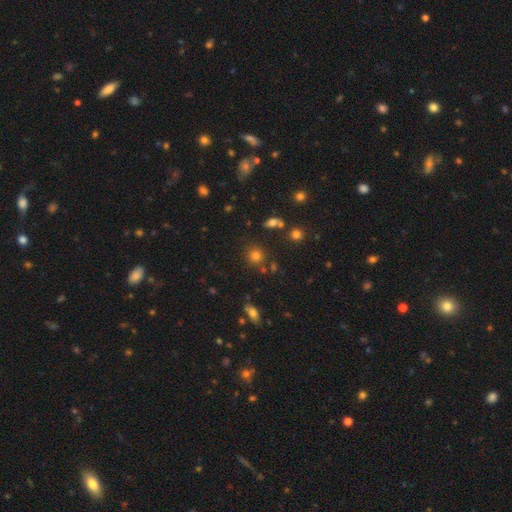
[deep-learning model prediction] This appears to be a smooth galaxy with no disk features (76%) that is round (88%). Merging: none (78%).